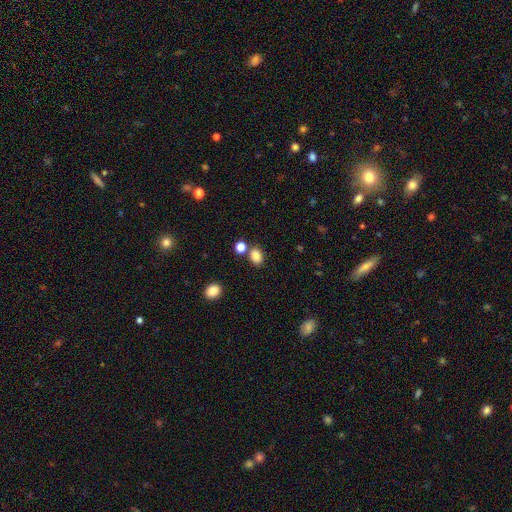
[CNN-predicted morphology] smooth_or_featured: smooth (p=0.84) [alt: star or artifact p=0.12]
how_rounded: in between (p=0.61) [alt: round p=0.38]
merging: none (p=0.72) [alt: merger p=0.13]